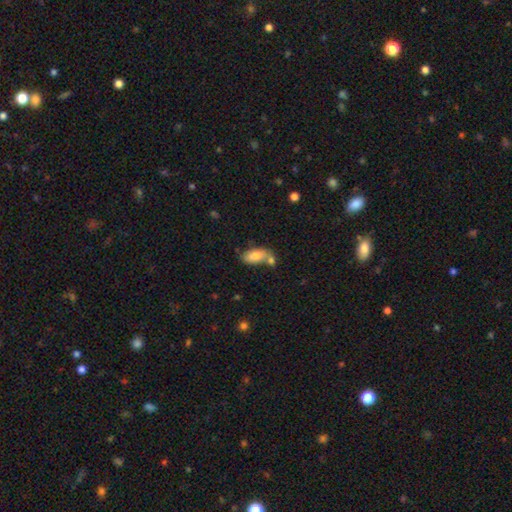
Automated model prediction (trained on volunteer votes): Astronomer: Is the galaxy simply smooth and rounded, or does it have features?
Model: smooth — 79%.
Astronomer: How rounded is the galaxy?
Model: in between — 88%.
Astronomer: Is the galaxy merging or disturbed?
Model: none — 48% (runner-up: merger, 31%).